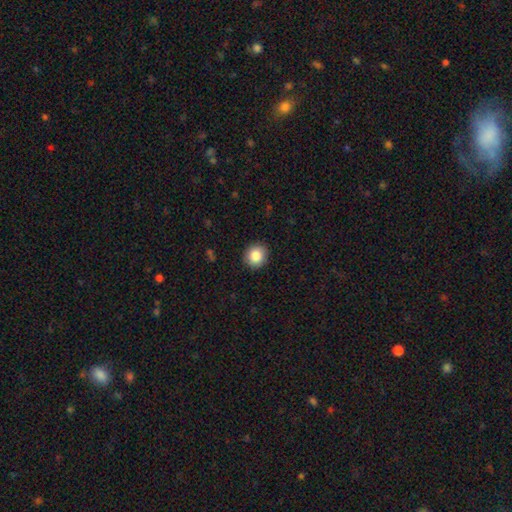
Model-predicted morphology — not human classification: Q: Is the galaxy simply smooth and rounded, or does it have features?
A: smooth — 86%.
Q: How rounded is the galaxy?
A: round — 83%.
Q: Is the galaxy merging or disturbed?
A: none — 90%.